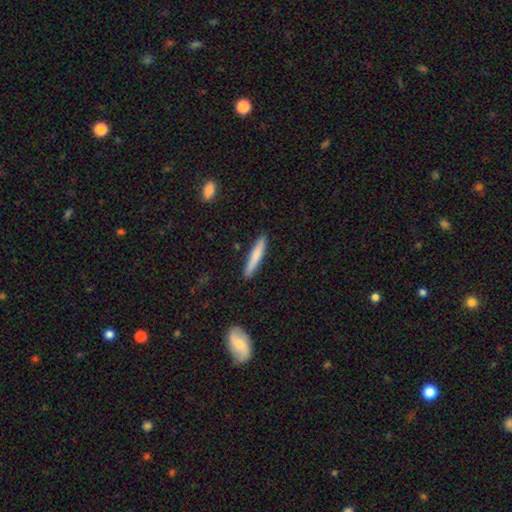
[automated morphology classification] A smooth galaxy with no disk features (74%) that is cigar-shaped (94%).

Vote fractions:
- Smooth or featured? smooth: 74% / featured or disk: 21% / star or artifact: 5%
- How rounded? cigar-shaped: 94% / in between: 5% / round: 1%
- Merging? none: 90% / minor disturbance: 7% / major disturbance: 1% / merger: 1%